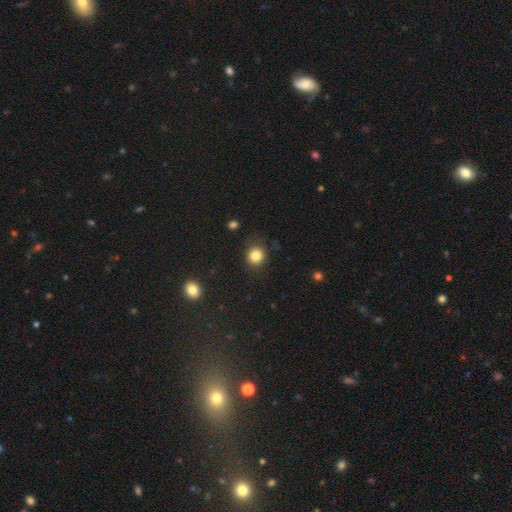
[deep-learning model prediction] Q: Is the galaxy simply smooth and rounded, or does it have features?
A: smooth — 83%.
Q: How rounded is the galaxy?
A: round — 86%.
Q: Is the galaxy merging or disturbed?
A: none — 85%.